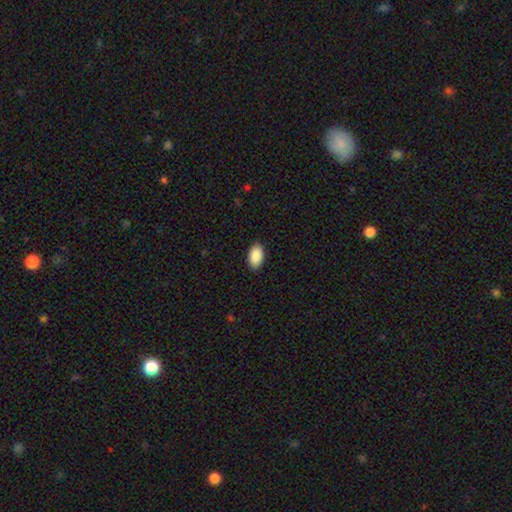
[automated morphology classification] smooth-or-featured: smooth: 90% | star or artifact: 6% | featured or disk: 3%
  how-rounded: in between: 95% | round: 4% | cigar-shaped: 1%
  merging: none: 89% | minor disturbance: 8% | major disturbance: 2% | merger: 1%